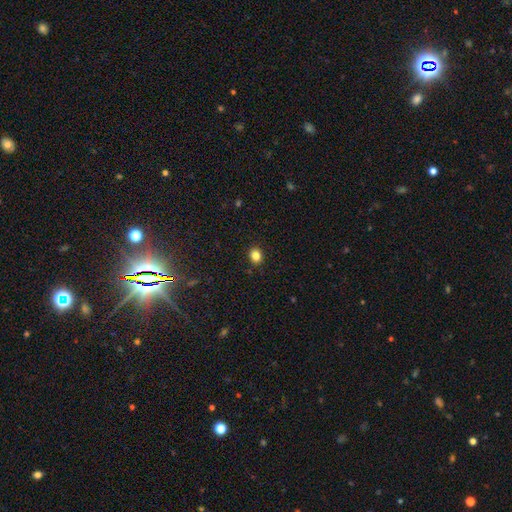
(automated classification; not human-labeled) Smooth or featured? Predicted: smooth (p=0.83). How rounded? Predicted: round (p=0.68). Merging? Predicted: none (p=0.90).